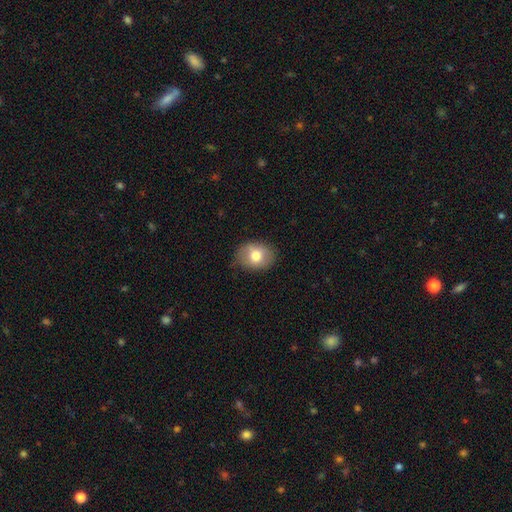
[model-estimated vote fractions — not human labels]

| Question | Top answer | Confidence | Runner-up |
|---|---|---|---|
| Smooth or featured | smooth | 73% | featured or disk (20%) |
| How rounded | in between | 63% | round (36%) |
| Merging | none | 78% | minor disturbance (18%) |